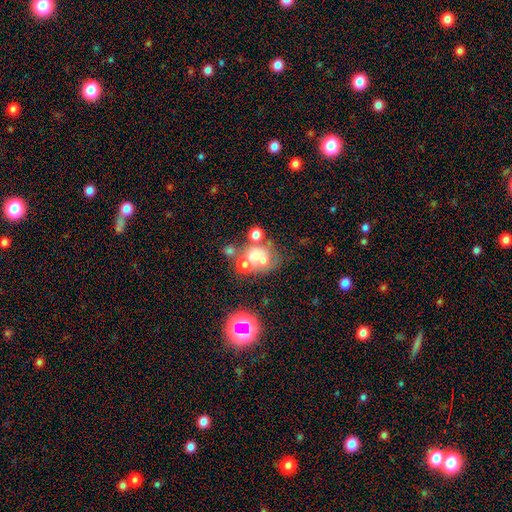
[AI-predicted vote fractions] A smooth galaxy with no disk features (46%). Merging: merger (44%).